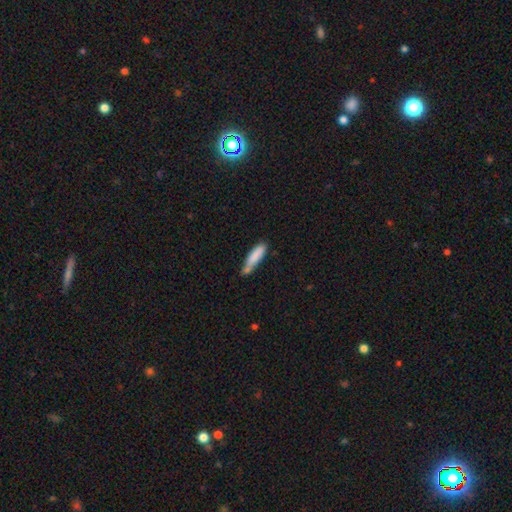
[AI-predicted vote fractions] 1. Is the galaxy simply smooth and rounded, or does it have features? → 82% smooth, 11% featured or disk, 7% star or artifact.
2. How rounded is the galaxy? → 73% cigar-shaped, 26% in between, 1% round.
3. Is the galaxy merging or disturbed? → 51% none, 26% minor disturbance, 17% merger, 6% major disturbance.